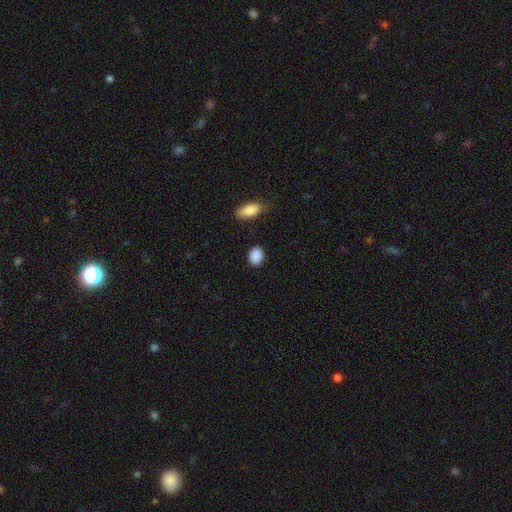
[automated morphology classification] A smooth galaxy with no disk features (90%) that is in between round and cigar-shaped (72%).

Vote fractions:
- Smooth or featured? smooth: 90% / star or artifact: 7% / featured or disk: 3%
- How rounded? in between: 72% / round: 27% / cigar-shaped: 2%
- Merging? none: 85% / minor disturbance: 10% / major disturbance: 3% / merger: 2%